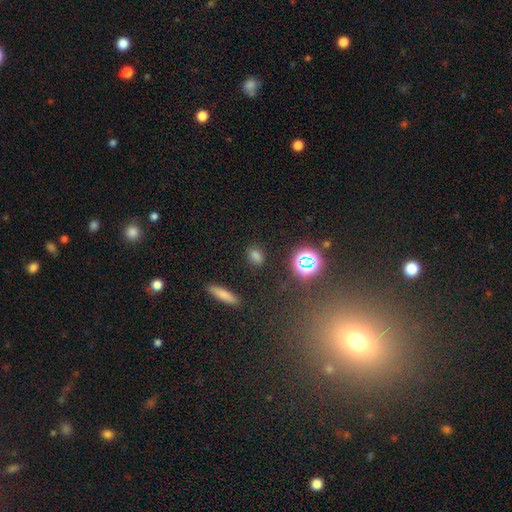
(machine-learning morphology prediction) smooth 71%, star or artifact 21%, featured or disk 7%. Down the decision tree: how rounded — in between (60%); merging — none (82%).